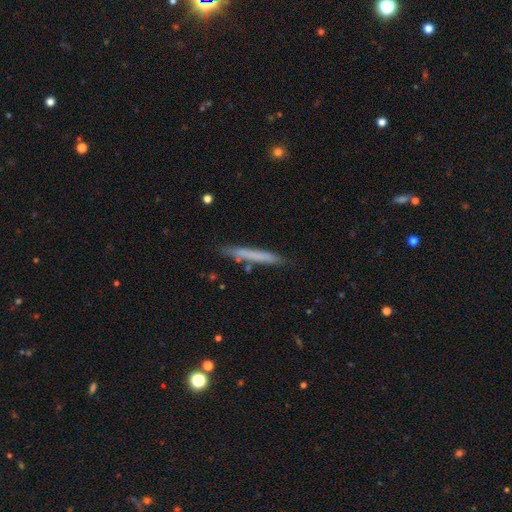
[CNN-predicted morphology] The model was most divided on "smooth or featured": smooth: 65%, featured or disk: 28%, star or artifact: 6%. More confident: how rounded — cigar-shaped (96%); merging — none (85%).